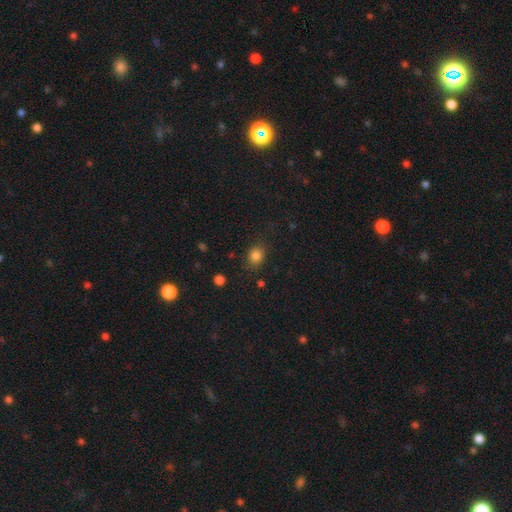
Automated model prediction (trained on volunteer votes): A smooth galaxy with no disk features (83%) that is round (59%). Merging: none (79%).